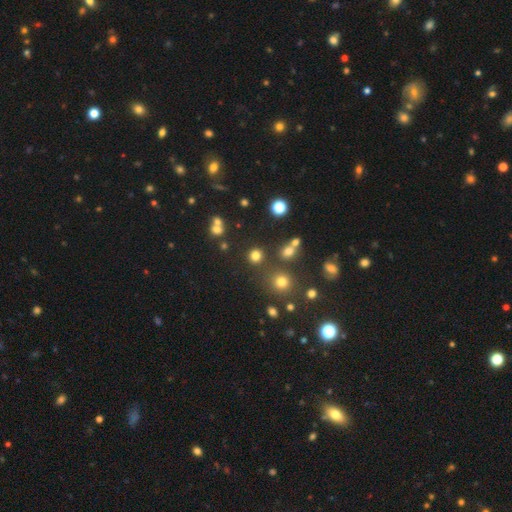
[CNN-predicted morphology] Q: Smooth or featured?
A: smooth (75%); runner-up: star or artifact (19%)
Q: How rounded?
A: round (90%); runner-up: in between (9%)
Q: Merging?
A: none (79%); runner-up: merger (9%)